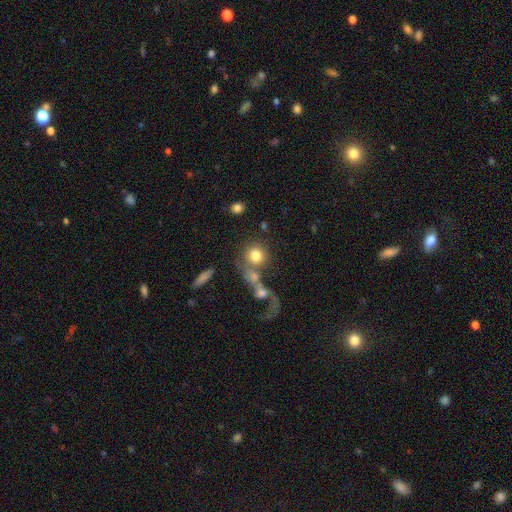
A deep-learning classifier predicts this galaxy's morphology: Overall: smooth (71%). How rounded: round (86%). Merging: merger (42%; none 37%).